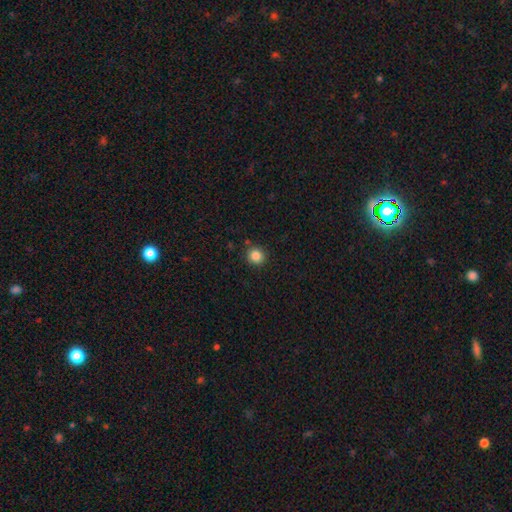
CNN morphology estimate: type=smooth (86%); roundness=round (90%); merging=none (88%).